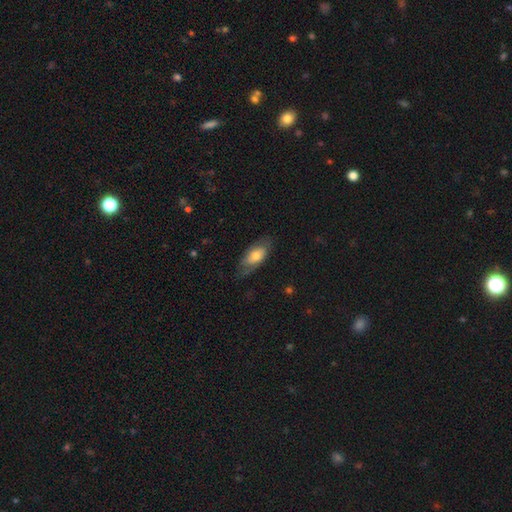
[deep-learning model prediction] Overall: smooth (55%; featured or disk 39%). How rounded: in between (87%). Merging: none (63%; minor disturbance 25%).